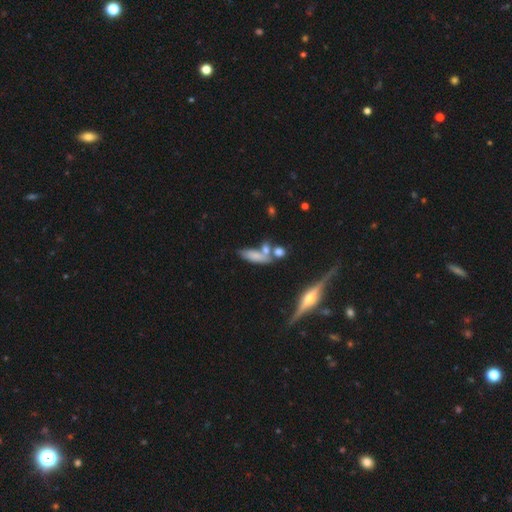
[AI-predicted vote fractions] Morphology: type=smooth (65%); roundness=in between (53%); merging=none (43%).